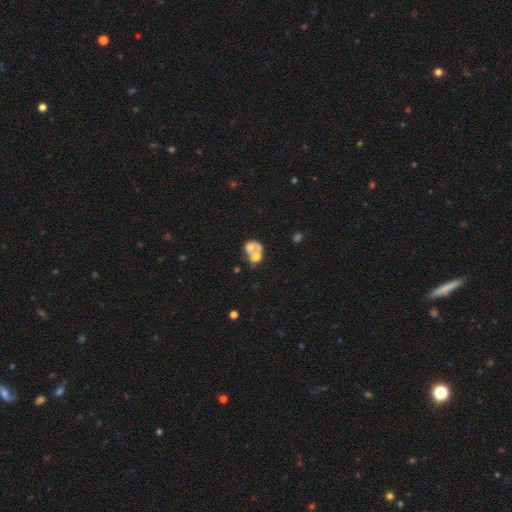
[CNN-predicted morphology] This appears to be a smooth galaxy with no disk features (45%, tied with featured or disk). Merging: merger (57%).